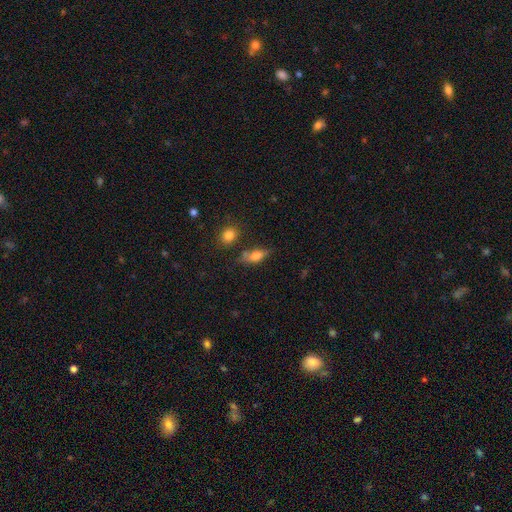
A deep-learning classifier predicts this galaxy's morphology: Q: Smooth or featured?
A: smooth (71%); runner-up: featured or disk (20%)
Q: How rounded?
A: in between (73%); runner-up: cigar-shaped (21%)
Q: Merging?
A: none (63%); runner-up: minor disturbance (20%)